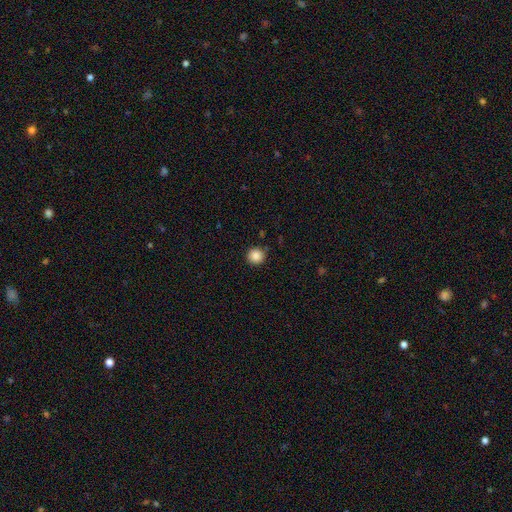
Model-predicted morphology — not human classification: A smooth galaxy with no disk features (87%) that is round (95%).

Vote fractions:
- Smooth or featured? smooth: 87% / star or artifact: 10% / featured or disk: 3%
- How rounded? round: 95% / in between: 4% / cigar-shaped: 1%
- Merging? none: 90% / minor disturbance: 6% / major disturbance: 2% / merger: 1%